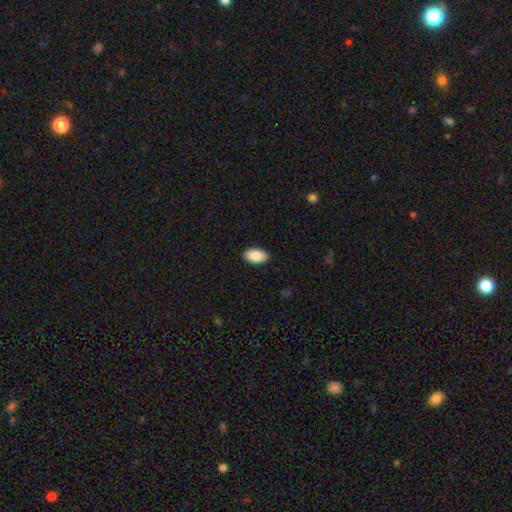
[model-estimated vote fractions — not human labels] The model was most divided on "merging": none: 89%, minor disturbance: 8%, major disturbance: 2%, merger: 1%. More confident: how rounded — in between (95%); smooth or featured — smooth (89%).